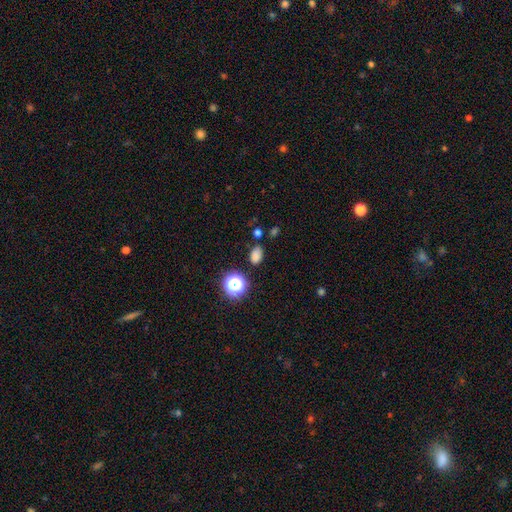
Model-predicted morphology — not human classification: Overall: smooth (77%). How rounded: in between (78%). Merging: none (79%).